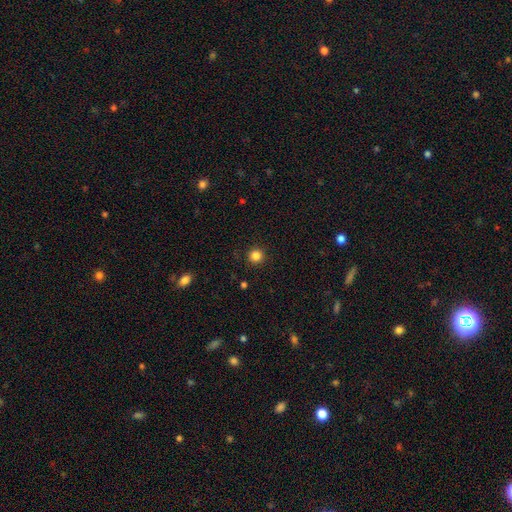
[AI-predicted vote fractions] smooth 85%, star or artifact 12%, featured or disk 3%. Down the decision tree: how rounded — round (95%); merging — none (92%).